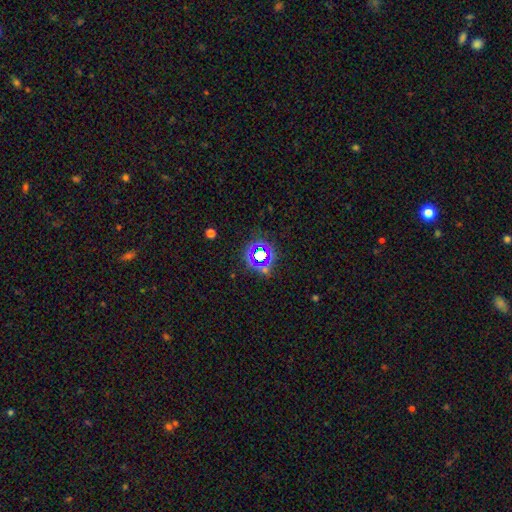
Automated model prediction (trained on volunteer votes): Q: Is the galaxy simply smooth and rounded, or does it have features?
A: star or artifact — 69%.